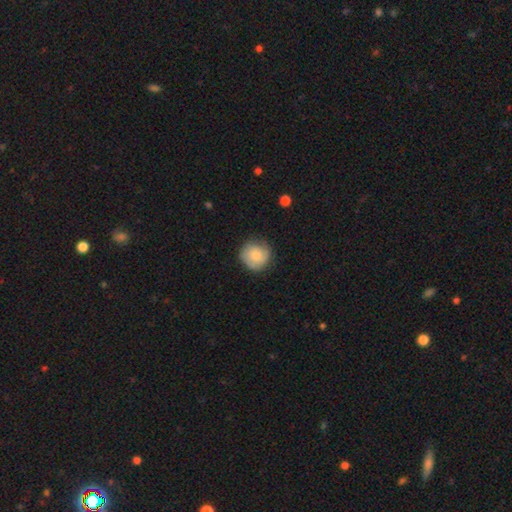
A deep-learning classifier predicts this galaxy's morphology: Smooth or featured?
  - smooth: 70% *
  - featured or disk: 24%
  - star or artifact: 6%
How rounded?
  - round: 92% *
  - in between: 7%
  - cigar-shaped: 1%
Merging?
  - none: 78% *
  - minor disturbance: 16%
  - major disturbance: 4%
  - merger: 1%